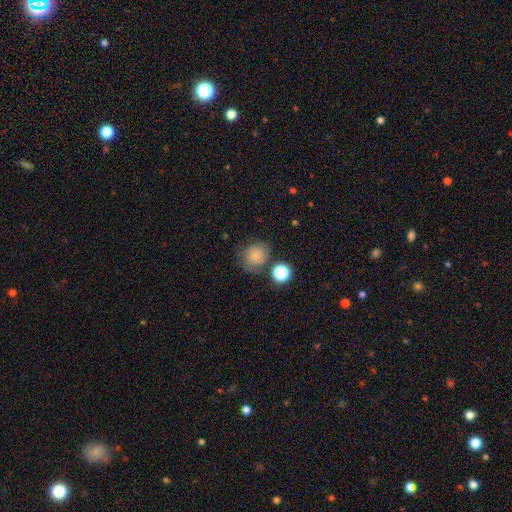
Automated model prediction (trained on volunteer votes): The model was most divided on "merging": none: 63%, minor disturbance: 20%, merger: 10%, major disturbance: 8%. More confident: how rounded — round (76%); smooth or featured — smooth (75%).